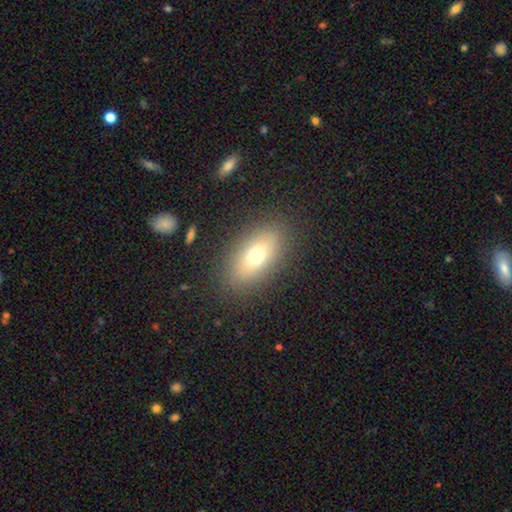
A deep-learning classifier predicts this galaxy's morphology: smooth-or-featured: smooth: 69% | featured or disk: 20% | star or artifact: 11%
  how-rounded: in between: 85% | round: 9% | cigar-shaped: 6%
  merging: none: 85% | minor disturbance: 10% | major disturbance: 4% | merger: 1%